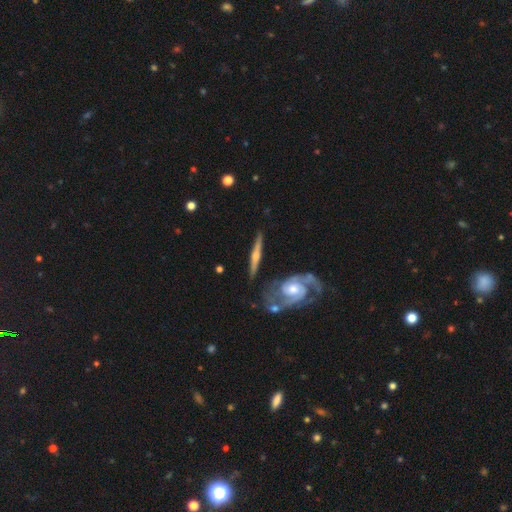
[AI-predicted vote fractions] Smooth or featured? featured or disk (74%)
Edge-on disk? yes (89%)
Edge-on bulge? rounded (79%)
Merging? none (77%)